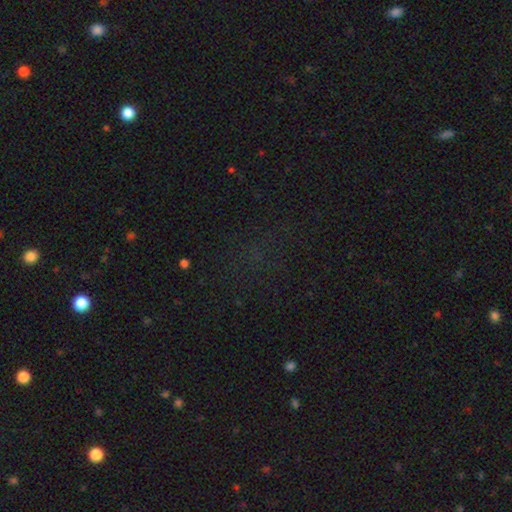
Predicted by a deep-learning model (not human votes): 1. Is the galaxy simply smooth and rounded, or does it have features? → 66% star or artifact, 22% smooth, 12% featured or disk.